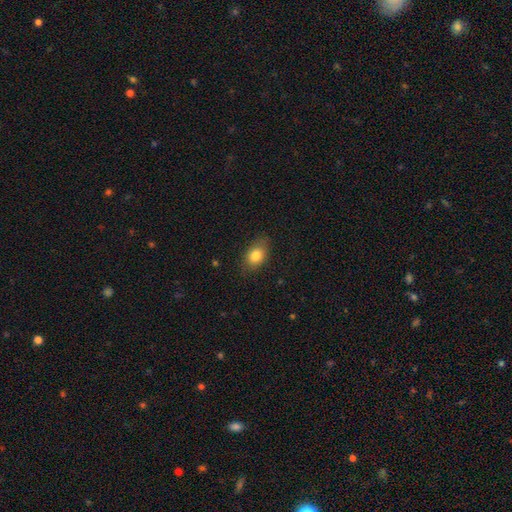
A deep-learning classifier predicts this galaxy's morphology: Smooth or featured?
  - smooth: 81% *
  - featured or disk: 10%
  - star or artifact: 9%
How rounded?
  - in between: 76% *
  - round: 22%
  - cigar-shaped: 2%
Merging?
  - none: 80% *
  - minor disturbance: 15%
  - major disturbance: 4%
  - merger: 1%